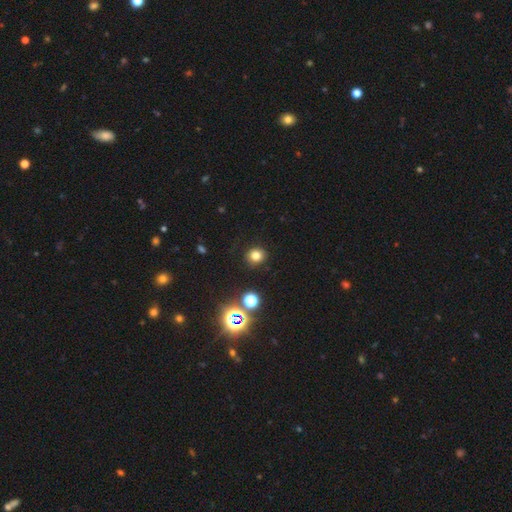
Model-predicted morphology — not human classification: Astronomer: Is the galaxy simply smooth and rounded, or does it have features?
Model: smooth — 75%.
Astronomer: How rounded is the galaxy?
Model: round — 83%.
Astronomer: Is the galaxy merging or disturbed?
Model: none — 89%.